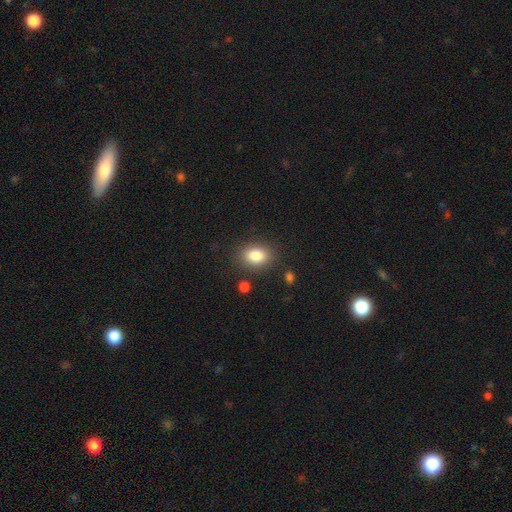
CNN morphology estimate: Overall: smooth (83%). How rounded: in between (68%; round 31%). Merging: none (83%).